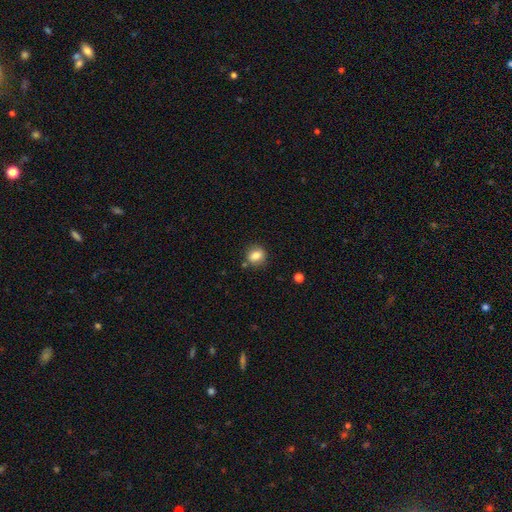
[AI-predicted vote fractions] A smooth galaxy with no disk features (80%) that is round (67%). Merging: none (80%).